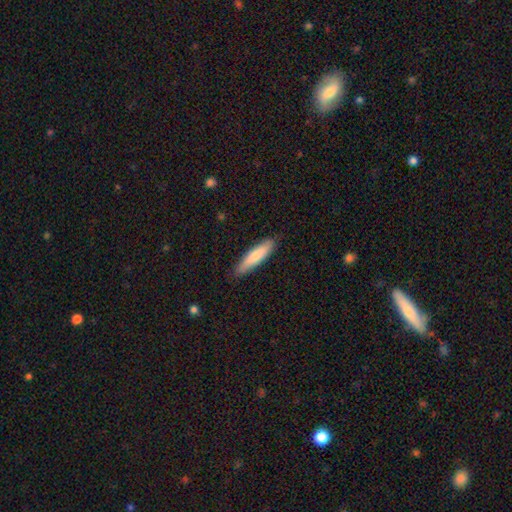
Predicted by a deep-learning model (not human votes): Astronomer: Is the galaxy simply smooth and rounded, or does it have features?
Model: smooth — 77%.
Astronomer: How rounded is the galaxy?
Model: cigar-shaped — 75%.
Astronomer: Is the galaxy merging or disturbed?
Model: none — 86%.